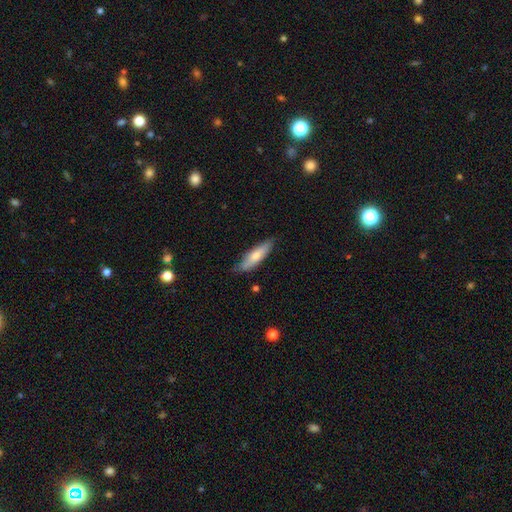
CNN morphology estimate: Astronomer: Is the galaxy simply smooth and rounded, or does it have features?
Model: smooth — 68%.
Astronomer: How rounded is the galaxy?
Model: cigar-shaped — 61% (runner-up: in between, 37%).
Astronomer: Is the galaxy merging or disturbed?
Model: none — 75%.